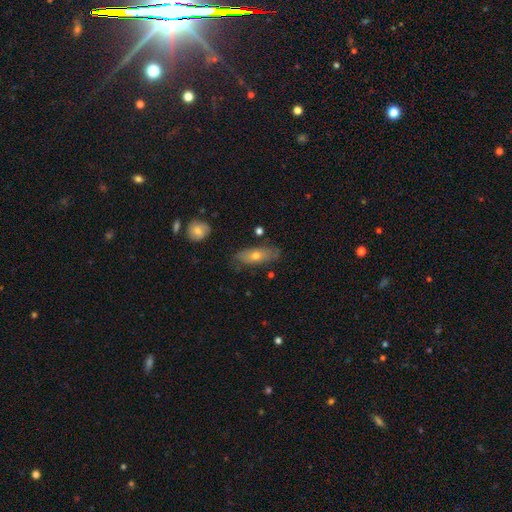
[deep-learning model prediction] This appears to be a smooth galaxy with no disk features (57%) that is in between round and cigar-shaped (68%). Merging: none (77%).